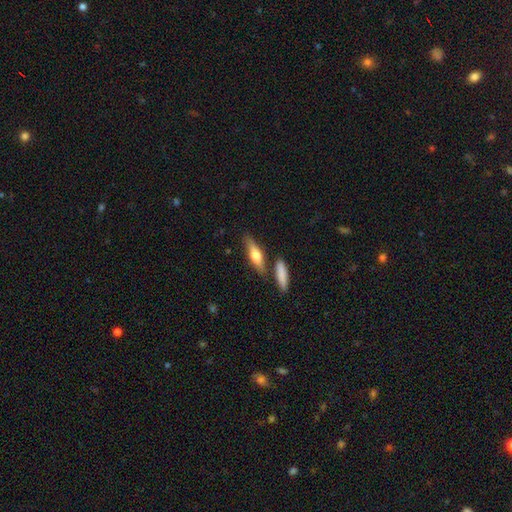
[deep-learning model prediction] A smooth galaxy with no disk features (59%) that is cigar-shaped (60%).

Vote fractions:
- Smooth or featured? smooth: 59% / featured or disk: 35% / star or artifact: 6%
- How rounded? cigar-shaped: 60% / in between: 37% / round: 3%
- Merging? none: 72% / merger: 12% / minor disturbance: 12% / major disturbance: 3%